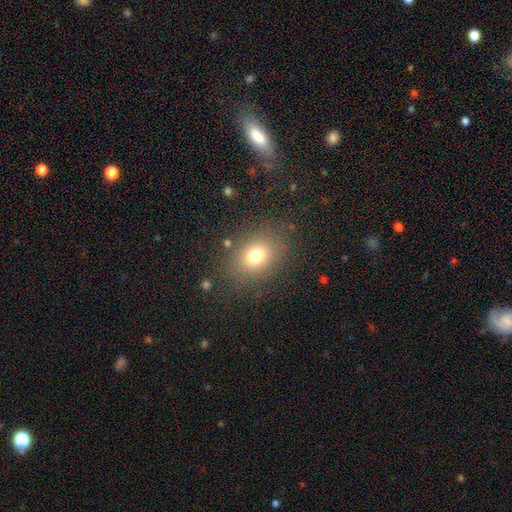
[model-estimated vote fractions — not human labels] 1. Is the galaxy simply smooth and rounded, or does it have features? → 74% smooth, 14% star or artifact, 11% featured or disk.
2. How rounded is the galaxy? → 54% in between, 45% round, 1% cigar-shaped.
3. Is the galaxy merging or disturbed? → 82% none, 11% minor disturbance, 6% major disturbance, 2% merger.